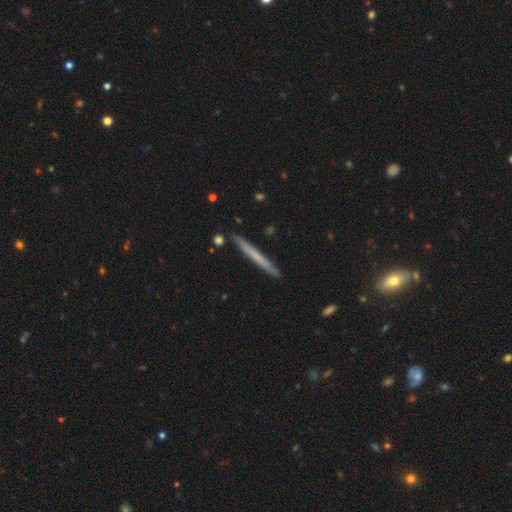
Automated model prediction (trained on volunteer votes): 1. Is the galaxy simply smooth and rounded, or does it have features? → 56% smooth, 39% featured or disk, 6% star or artifact.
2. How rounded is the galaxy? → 97% cigar-shaped, 2% in between, 1% round.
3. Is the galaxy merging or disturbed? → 90% none, 7% minor disturbance, 2% merger, 1% major disturbance.